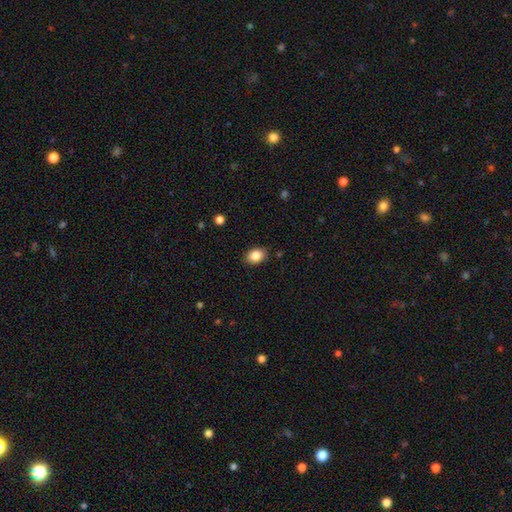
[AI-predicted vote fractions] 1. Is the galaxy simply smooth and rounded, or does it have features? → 86% smooth, 9% star or artifact, 5% featured or disk.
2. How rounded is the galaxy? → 73% in between, 26% round, 1% cigar-shaped.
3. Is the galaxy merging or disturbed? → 86% none, 10% minor disturbance, 2% major disturbance, 1% merger.